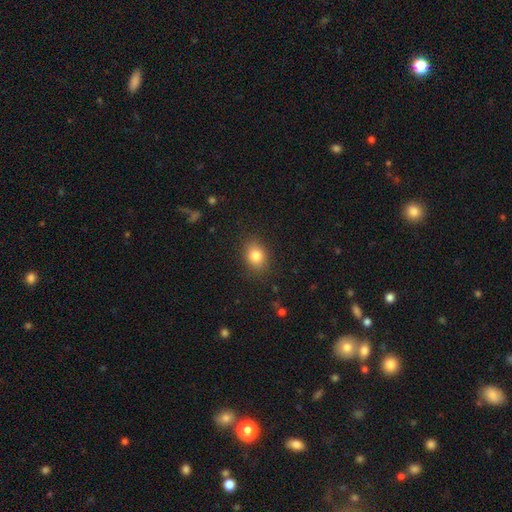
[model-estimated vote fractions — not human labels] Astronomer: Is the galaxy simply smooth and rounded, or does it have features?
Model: smooth — 83%.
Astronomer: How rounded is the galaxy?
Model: in between — 55% (runner-up: round, 44%).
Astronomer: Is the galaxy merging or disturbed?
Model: none — 86%.